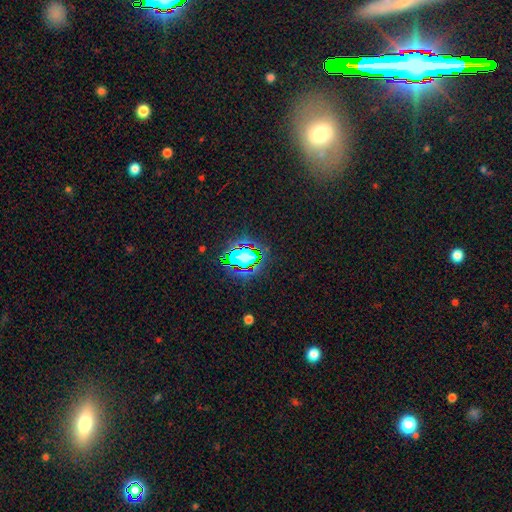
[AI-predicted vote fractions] Smooth or featured?
  - star or artifact: 67% *
  - smooth: 20%
  - featured or disk: 14%